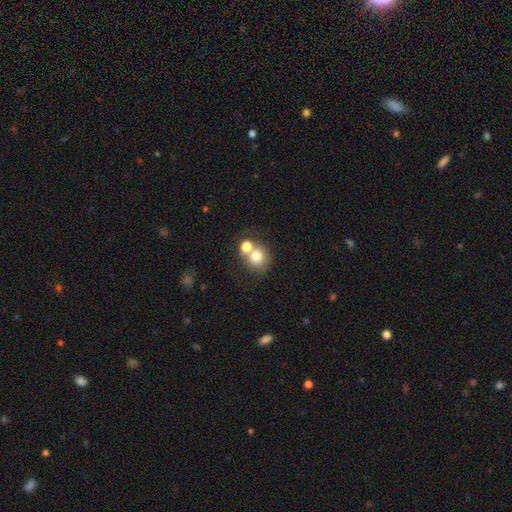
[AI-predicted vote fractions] smooth 76%, featured or disk 13%, star or artifact 11%. Down the decision tree: how rounded — round (81%); merging — none (44%).